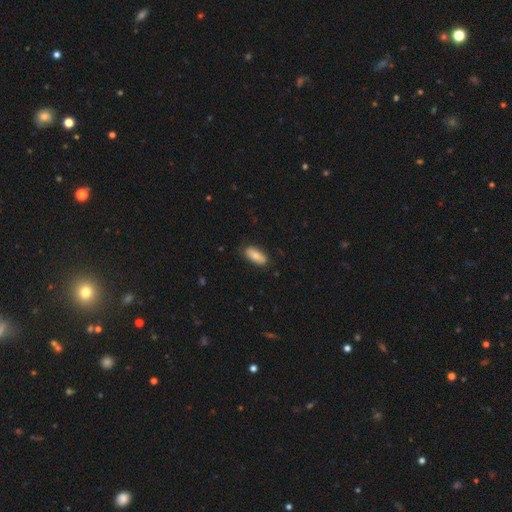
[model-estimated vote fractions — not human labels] This is likely a smooth galaxy (75%). How rounded: clearly in between (82%). Merging: clearly none (83%).